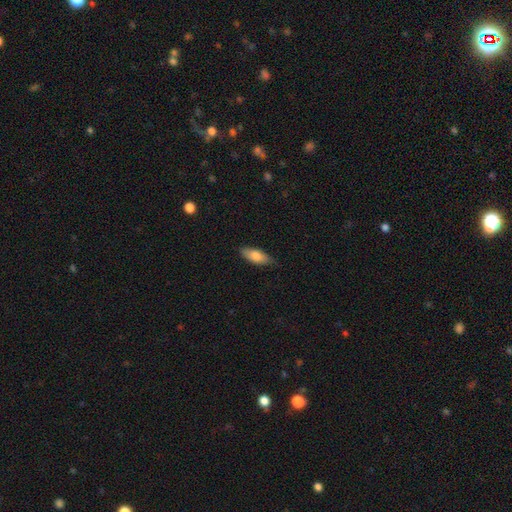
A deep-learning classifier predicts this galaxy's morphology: Smooth or featured? Predicted: smooth (p=0.78). How rounded? Predicted: in between (p=0.75). Merging? Predicted: none (p=0.78).